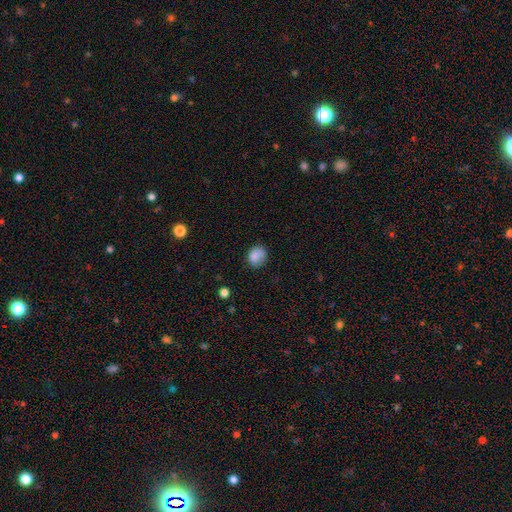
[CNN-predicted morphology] Smooth or featured? Predicted: smooth (p=0.83). How rounded? Predicted: round (p=0.60). Merging? Predicted: none (p=0.70).